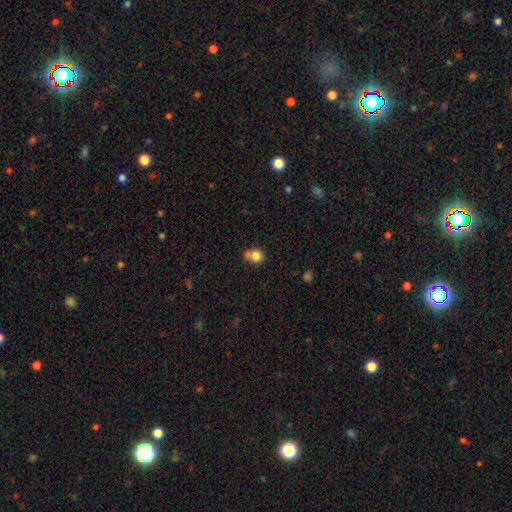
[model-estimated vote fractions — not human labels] smooth 81%, star or artifact 11%, featured or disk 8%. Down the decision tree: how rounded — round (80%); merging — none (50%).